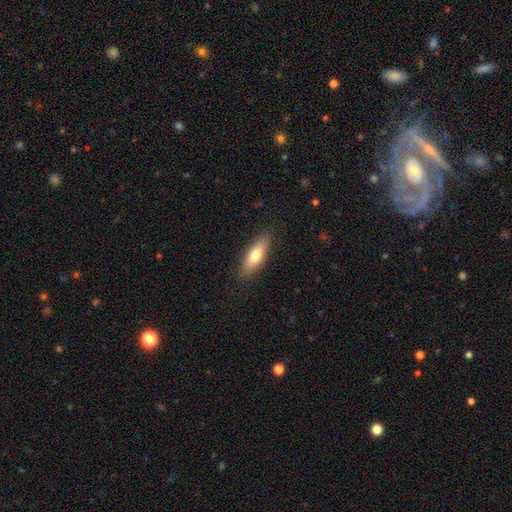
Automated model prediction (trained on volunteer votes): Smooth or featured: smooth — 70% (featured or disk — 23%)
How rounded: in between — 57% (cigar-shaped — 41%)
Merging: none — 87% (minor disturbance — 10%)